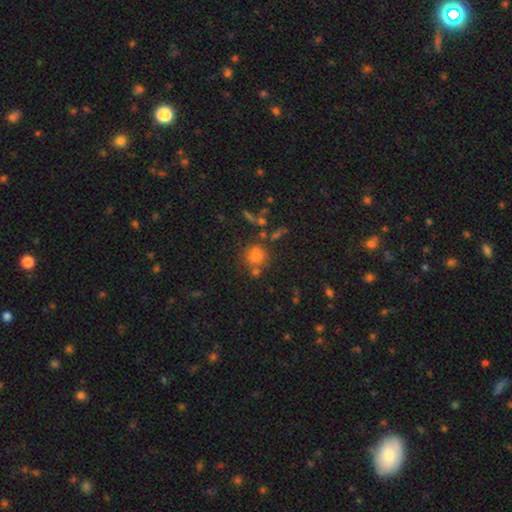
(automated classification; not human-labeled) Smooth or featured: smooth — 72% (star or artifact — 18%)
How rounded: round — 87% (in between — 12%)
Merging: none — 66% (merger — 16%)